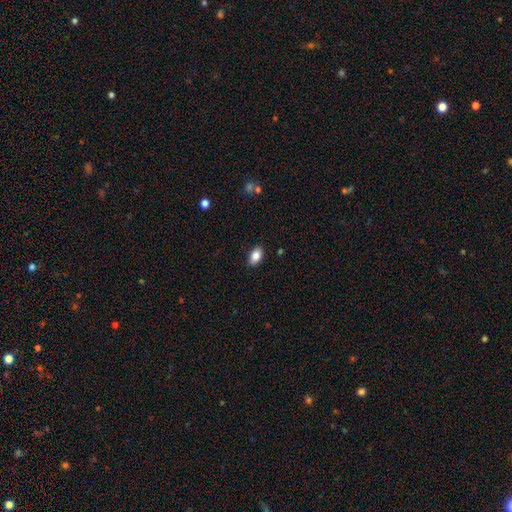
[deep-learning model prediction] Smooth or featured: smooth — 87% (star or artifact — 8%)
How rounded: in between — 91% (round — 7%)
Merging: none — 87% (minor disturbance — 10%)